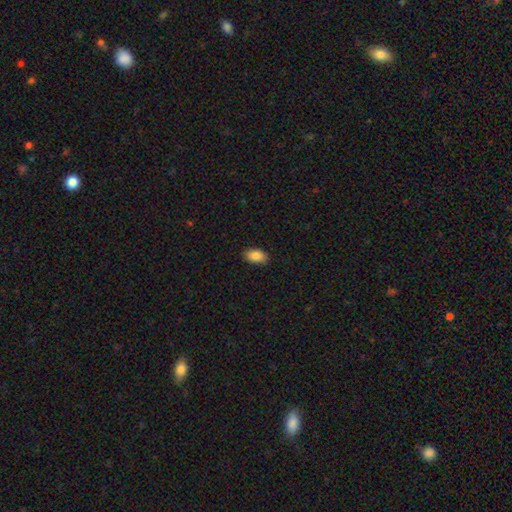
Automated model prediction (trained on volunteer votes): smooth-or-featured: smooth: 87% | star or artifact: 7% | featured or disk: 6%
  how-rounded: in between: 92% | round: 6% | cigar-shaped: 2%
  merging: none: 86% | minor disturbance: 11% | major disturbance: 2% | merger: 1%